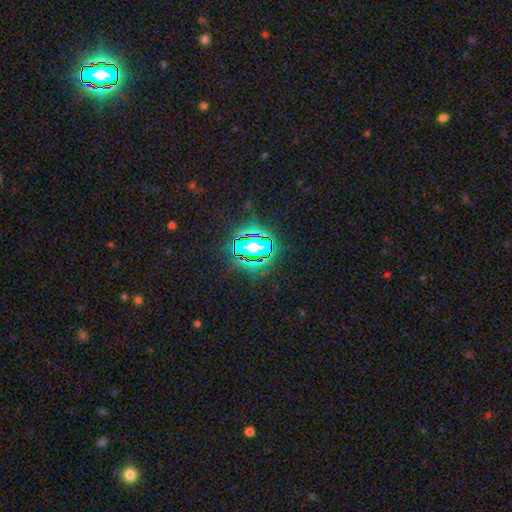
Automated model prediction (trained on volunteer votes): Smooth or featured: star or artifact — 83% (smooth — 10%)